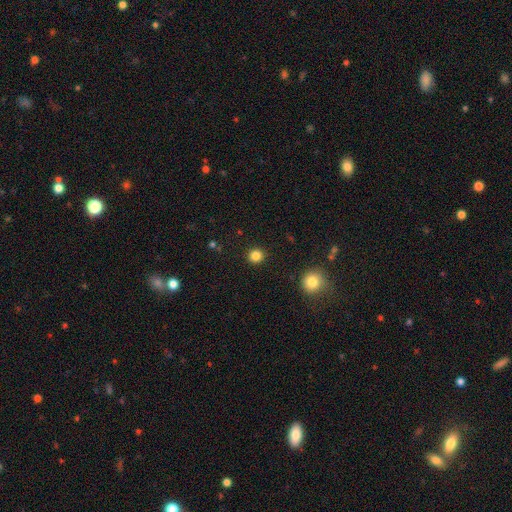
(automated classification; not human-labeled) This appears to be a smooth galaxy with no disk features (84%) that is round (93%). Merging: none (92%).